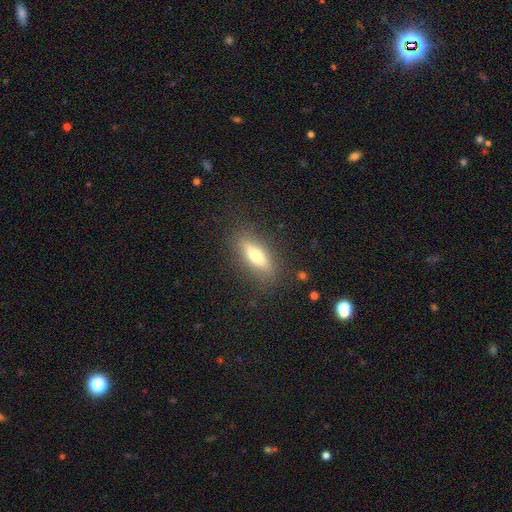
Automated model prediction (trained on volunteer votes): This appears to be a smooth galaxy with no disk features (63%) that is in between round and cigar-shaped (50%). Merging: none (85%).